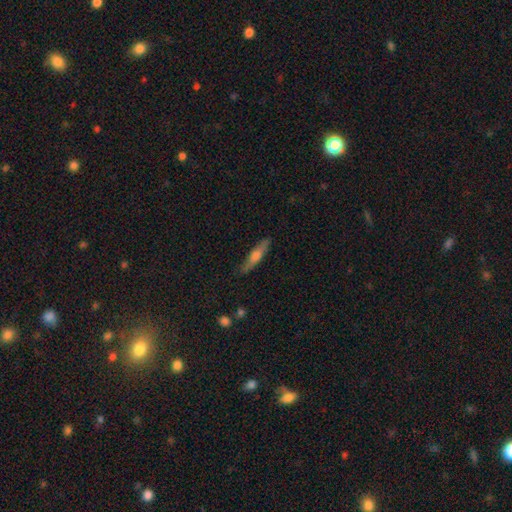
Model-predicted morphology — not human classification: Smooth or featured: smooth — 53% (featured or disk — 41%)
How rounded: cigar-shaped — 84% (in between — 14%)
Merging: none — 82% (minor disturbance — 14%)